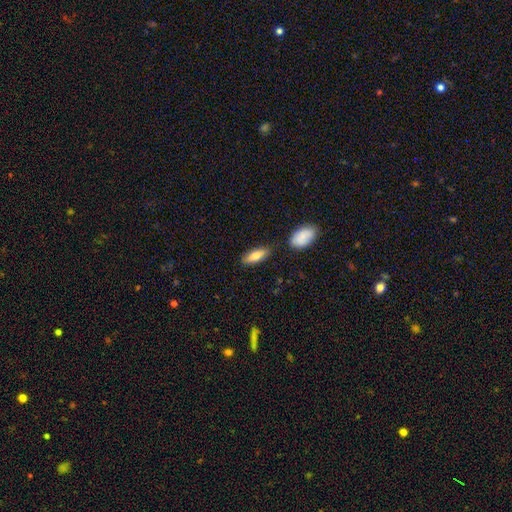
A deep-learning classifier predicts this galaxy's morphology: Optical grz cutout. It shows a smooth galaxy with no disk features (79%) that is in between round and cigar-shaped (76%). Merging: none (77%).